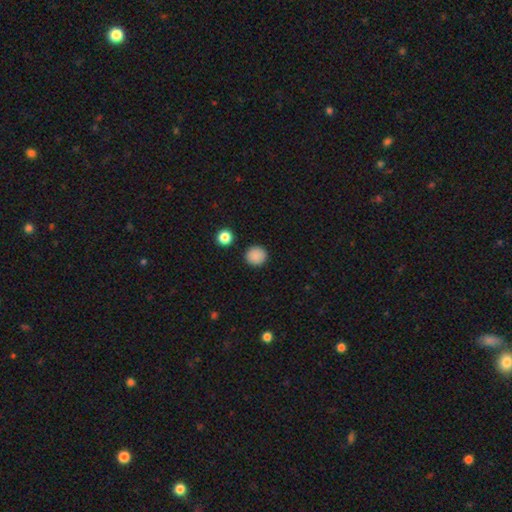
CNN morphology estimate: A smooth galaxy with no disk features (87%) that is round (94%). Merging: none (91%).